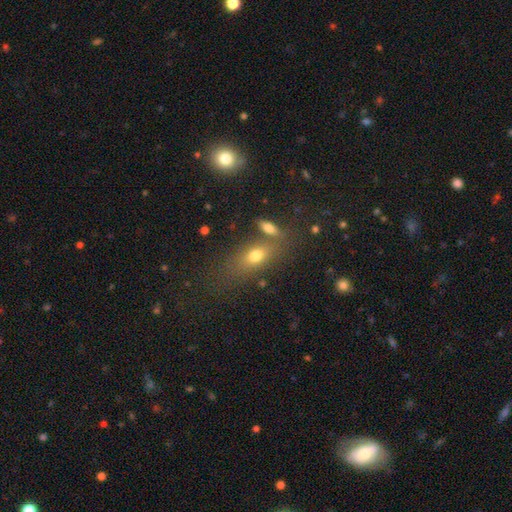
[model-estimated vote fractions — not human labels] A smooth galaxy with no disk features (68%) that is in between round and cigar-shaped (72%). Merging: none (62%).